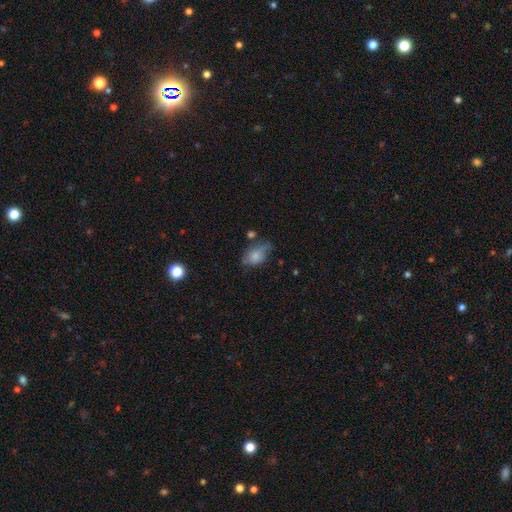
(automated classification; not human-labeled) Smooth or featured?
  - smooth: 71% *
  - featured or disk: 20%
  - star or artifact: 9%
How rounded?
  - in between: 86% *
  - round: 12%
  - cigar-shaped: 2%
Merging?
  - none: 45% *
  - minor disturbance: 36%
  - major disturbance: 14%
  - merger: 5%